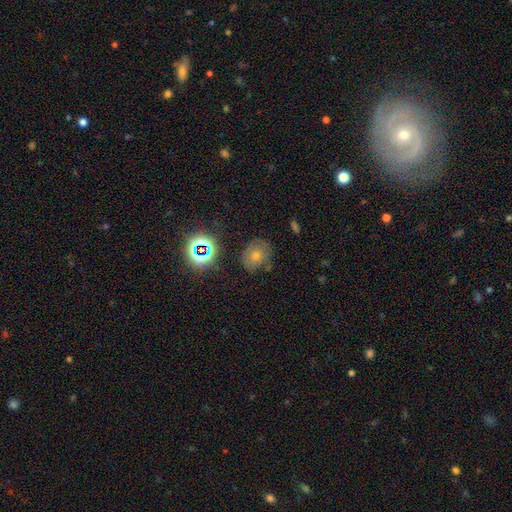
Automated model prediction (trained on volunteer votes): Morphology: type=smooth (59%); roundness=round (51%); merging=none (71%).